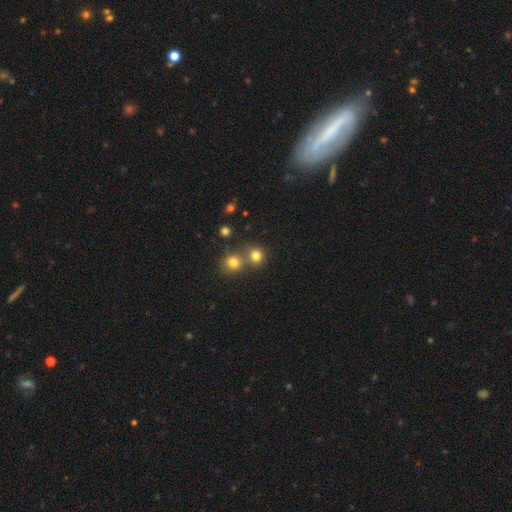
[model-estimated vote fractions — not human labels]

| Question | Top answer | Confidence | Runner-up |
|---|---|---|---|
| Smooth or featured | smooth | 78% | star or artifact (15%) |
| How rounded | round | 86% | in between (13%) |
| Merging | none | 54% | merger (37%) |